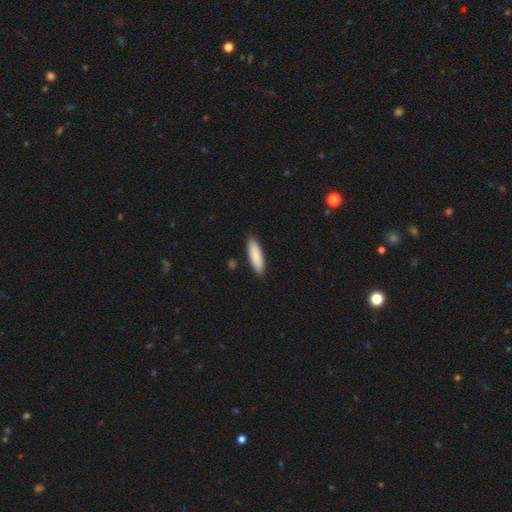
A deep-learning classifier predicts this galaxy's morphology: smooth-or-featured: smooth: 87% | featured or disk: 8% | star or artifact: 5%
  how-rounded: cigar-shaped: 61% | in between: 37% | round: 1%
  merging: none: 89% | minor disturbance: 8% | major disturbance: 2% | merger: 1%